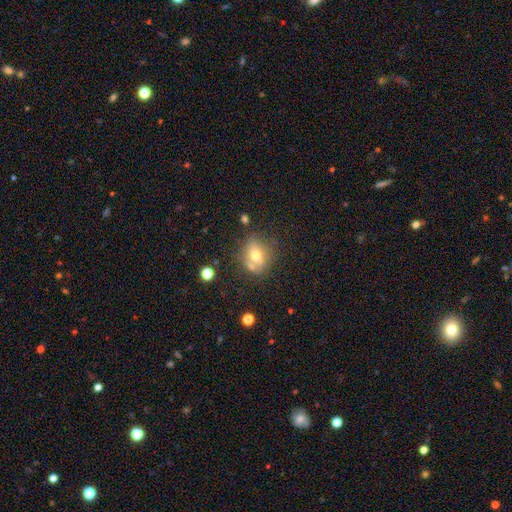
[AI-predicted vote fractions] A smooth galaxy with no disk features (62%) that is round (52%).

Vote fractions:
- Smooth or featured? smooth: 62% / featured or disk: 25% / star or artifact: 13%
- How rounded? round: 52% / in between: 46% / cigar-shaped: 2%
- Merging? none: 51% / merger: 22% / minor disturbance: 19% / major disturbance: 8%